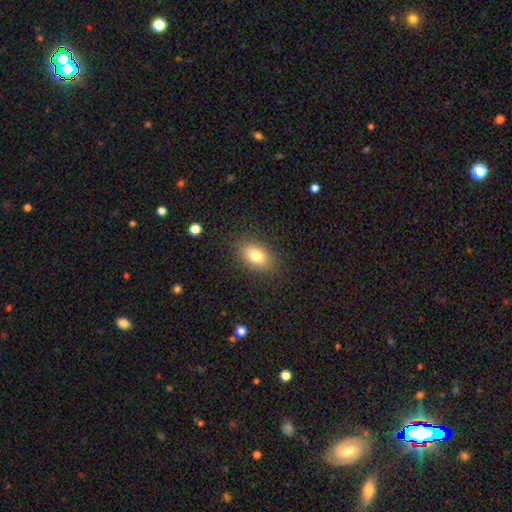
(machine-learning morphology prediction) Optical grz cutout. It shows a smooth galaxy with no disk features (79%) that is in between round and cigar-shaped (85%). Merging: none (86%).